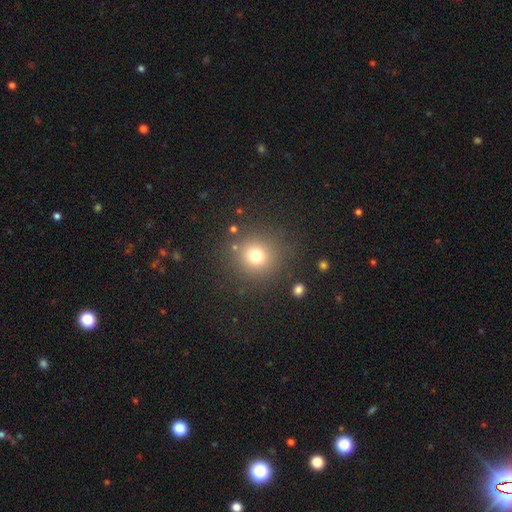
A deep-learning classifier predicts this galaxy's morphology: type=smooth (74%); roundness=round (92%); merging=none (85%).